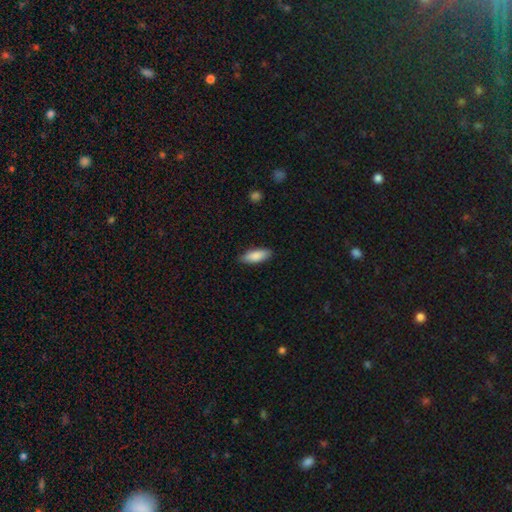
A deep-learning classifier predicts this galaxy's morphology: This is clearly a smooth galaxy (86%). How rounded: likely in between (71%). Merging: clearly none (87%).